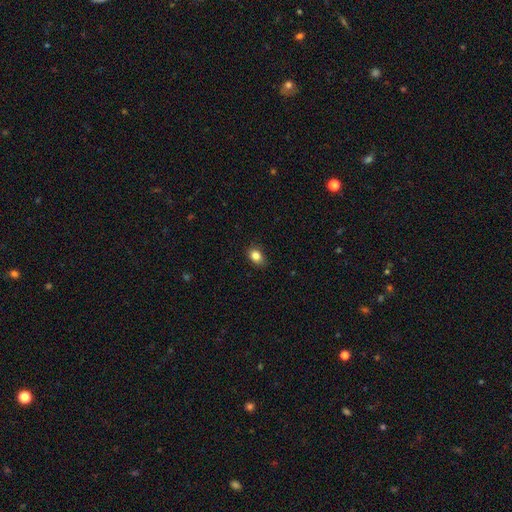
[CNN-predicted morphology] Overall: smooth (84%). How rounded: in between (68%; round 31%). Merging: none (83%).